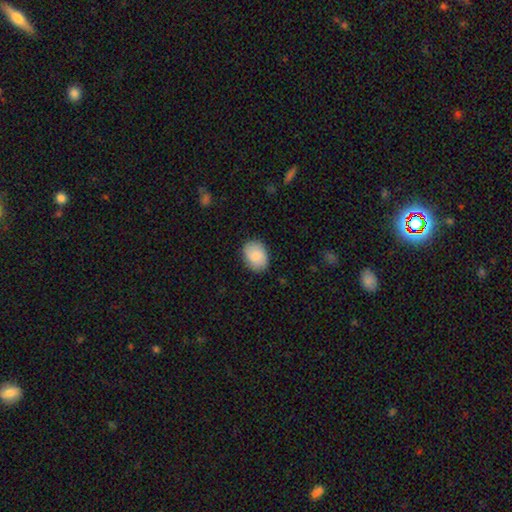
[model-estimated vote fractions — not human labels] smooth_or_featured: smooth (p=0.83) [alt: featured or disk p=0.11]
how_rounded: in between (p=0.70) [alt: round p=0.30]
merging: none (p=0.84) [alt: minor disturbance p=0.12]